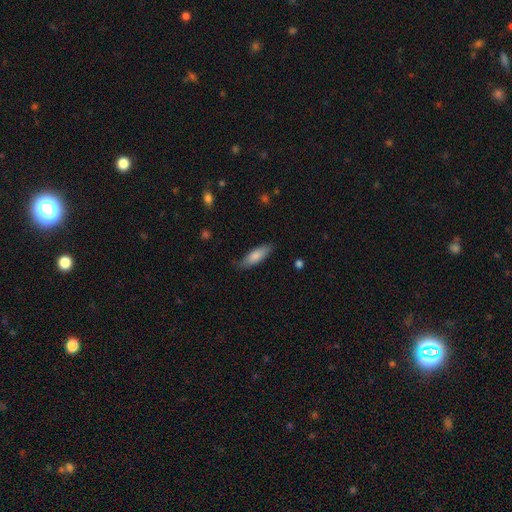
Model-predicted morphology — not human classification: smooth_or_featured: smooth (p=0.82) [alt: featured or disk p=0.13]
how_rounded: in between (p=0.55) [alt: cigar-shaped p=0.44]
merging: none (p=0.79) [alt: minor disturbance p=0.17]